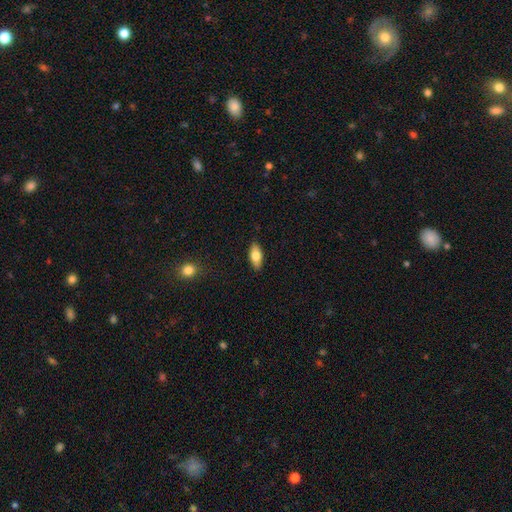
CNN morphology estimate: type=smooth (74%); roundness=in between (83%); merging=none (88%).